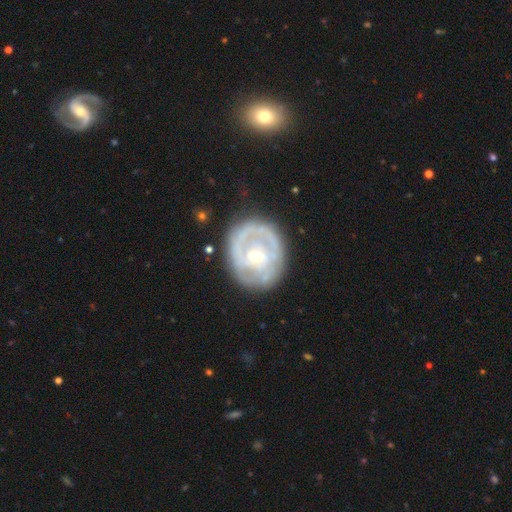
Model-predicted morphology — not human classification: Smooth or featured?
  - featured or disk: 74% *
  - smooth: 21%
  - star or artifact: 6%
Edge-on disk?
  - no: 97% *
  - yes: 3%
Bar?
  - no: 46% *
  - weak: 42%
  - strong: 12%
Spiral arms?
  - yes: 67% *
  - no: 33%
Bulge size?
  - small: 51% *
  - moderate: 43%
  - large: 3%
  - none: 2%
  - dominant: 1%
Merging?
  - none: 69% *
  - minor disturbance: 19%
  - major disturbance: 10%
  - merger: 2%